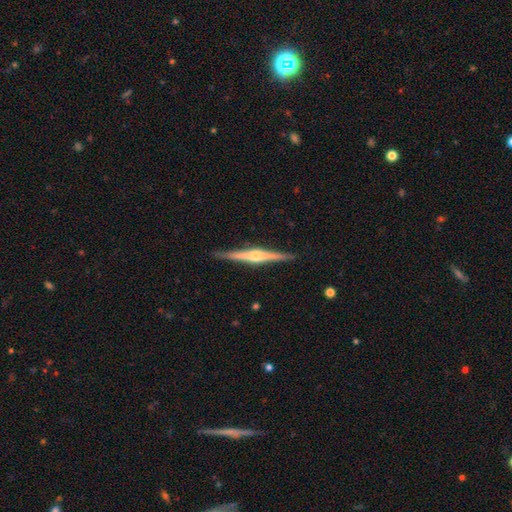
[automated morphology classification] This is clearly a featured or disk galaxy (83%). It is clearly viewed edge-on (99%). Edge-on bulge: clearly rounded (86%). Merging: clearly none (91%).